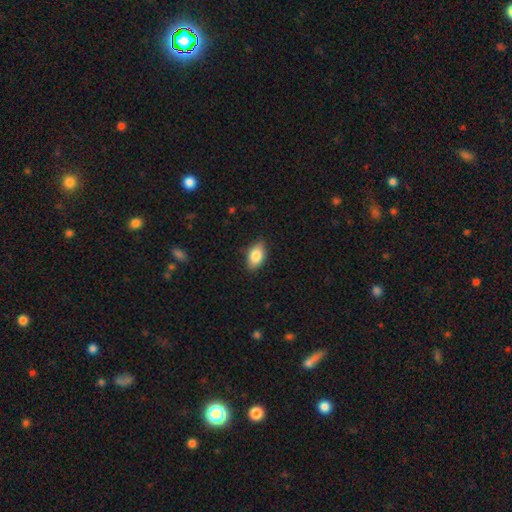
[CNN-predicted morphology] Smooth or featured?
  - smooth: 83% *
  - featured or disk: 10%
  - star or artifact: 7%
How rounded?
  - in between: 90% *
  - round: 7%
  - cigar-shaped: 3%
Merging?
  - none: 85% *
  - minor disturbance: 12%
  - major disturbance: 2%
  - merger: 1%